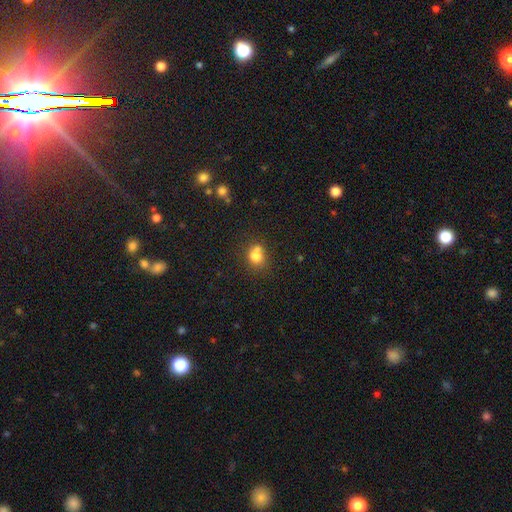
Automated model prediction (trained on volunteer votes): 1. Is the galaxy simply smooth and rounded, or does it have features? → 74% smooth, 14% featured or disk, 13% star or artifact.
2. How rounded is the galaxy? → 66% round, 33% in between, 1% cigar-shaped.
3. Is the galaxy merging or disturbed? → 47% merger, 37% none, 11% minor disturbance, 5% major disturbance.